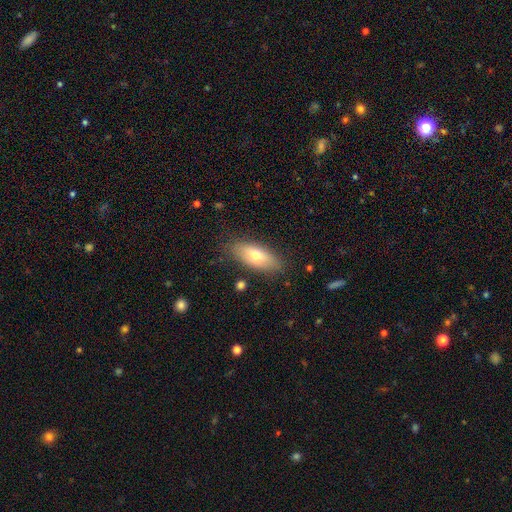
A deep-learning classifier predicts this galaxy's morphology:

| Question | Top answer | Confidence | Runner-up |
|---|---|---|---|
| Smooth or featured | smooth | 68% | featured or disk (25%) |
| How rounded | in between | 77% | cigar-shaped (19%) |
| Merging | none | 82% | minor disturbance (13%) |